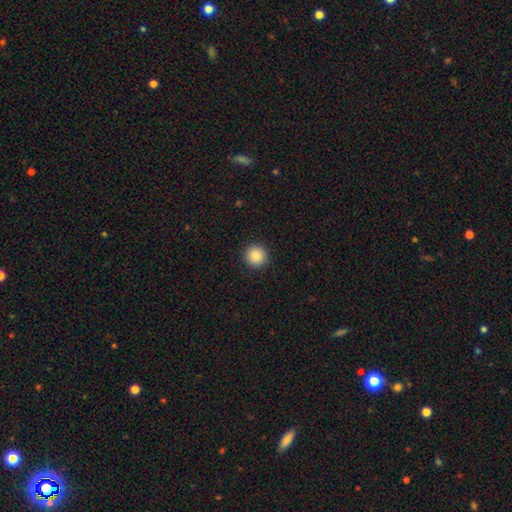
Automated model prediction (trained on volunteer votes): smooth-or-featured: smooth: 88% | star or artifact: 9% | featured or disk: 3%
  how-rounded: round: 95% | in between: 4% | cigar-shaped: 1%
  merging: none: 93% | minor disturbance: 4% | major disturbance: 2% | merger: 1%